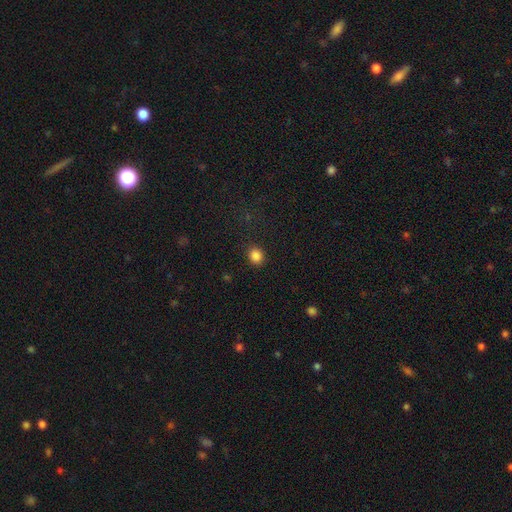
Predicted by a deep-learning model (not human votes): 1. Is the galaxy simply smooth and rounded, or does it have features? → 86% smooth, 11% star or artifact, 3% featured or disk.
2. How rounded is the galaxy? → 74% round, 25% in between, 1% cigar-shaped.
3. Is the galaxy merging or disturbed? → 89% none, 7% minor disturbance, 2% major disturbance, 1% merger.